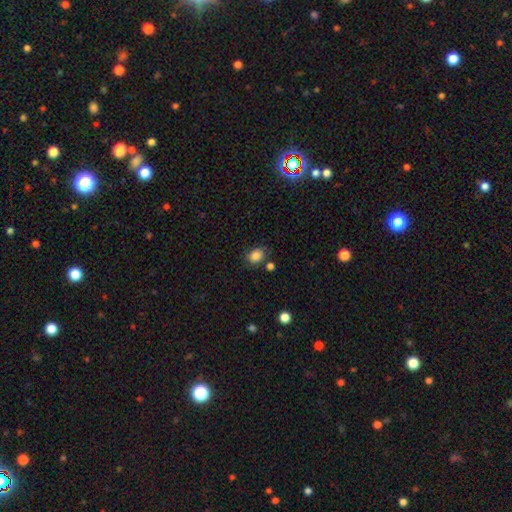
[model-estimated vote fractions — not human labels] This is clearly a smooth galaxy (85%). How rounded: possibly in between (59%). Merging: likely none (75%).